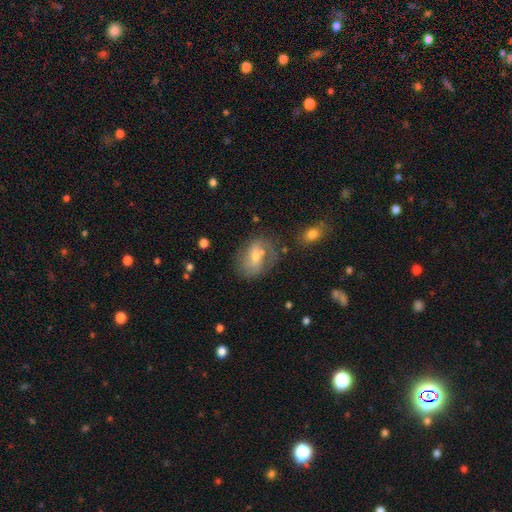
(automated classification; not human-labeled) Smooth or featured? featured or disk (62%)
Edge-on disk? no (95%)
Bar? weak (45%)
Spiral arms? yes (77%)
Bulge size? moderate (49%)
Merging? none (63%)